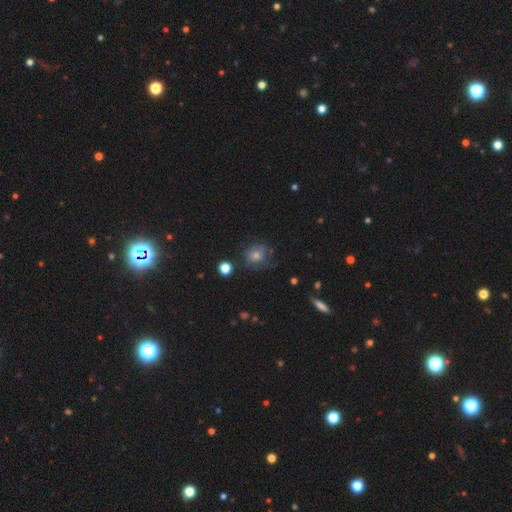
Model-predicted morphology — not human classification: Smooth or featured? smooth (60%)
How rounded? round (75%)
Merging? none (64%)